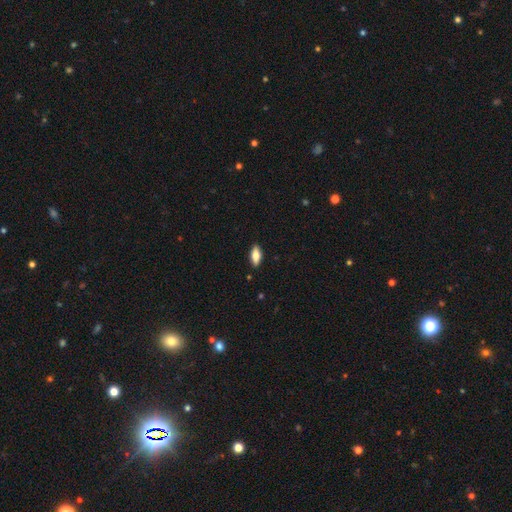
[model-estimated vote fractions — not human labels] Smooth or featured? Predicted: smooth (p=0.76). How rounded? Predicted: in between (p=0.80). Merging? Predicted: none (p=0.88).